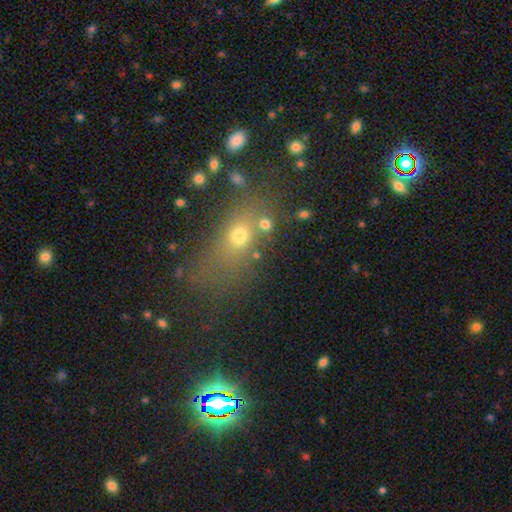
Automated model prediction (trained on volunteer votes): Smooth or featured? Predicted: smooth (p=0.59). How rounded? Predicted: in between (p=0.58). Merging? Predicted: none (p=0.59).